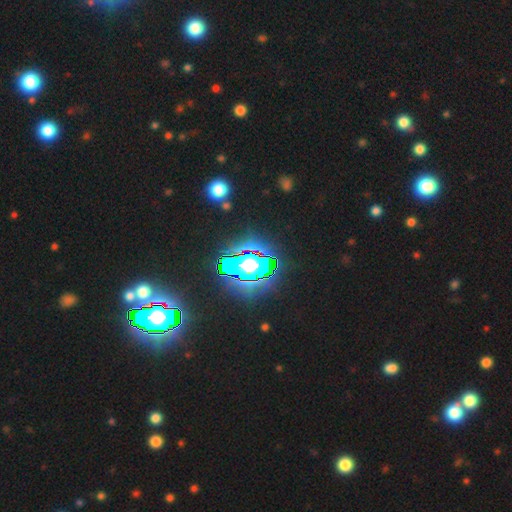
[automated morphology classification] Q: Smooth or featured?
A: star or artifact (67%); runner-up: smooth (17%)